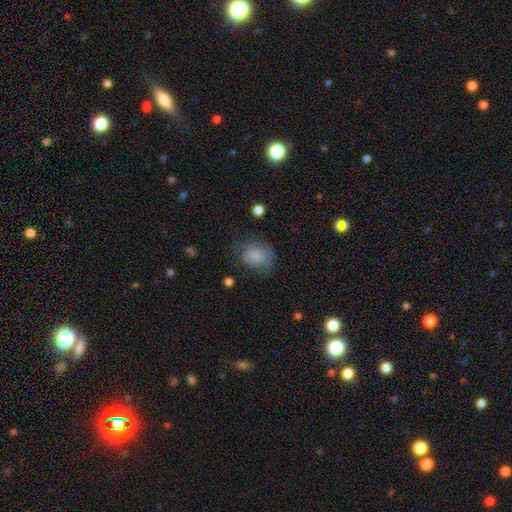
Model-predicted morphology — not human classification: Q: Smooth or featured?
A: smooth (78%); runner-up: featured or disk (13%)
Q: How rounded?
A: round (55%); runner-up: in between (44%)
Q: Merging?
A: none (56%); runner-up: minor disturbance (28%)